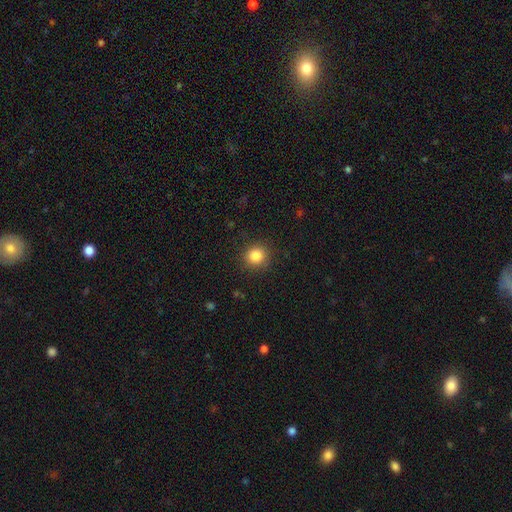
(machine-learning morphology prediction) A smooth galaxy with no disk features (85%) that is round (89%). Merging: none (89%).